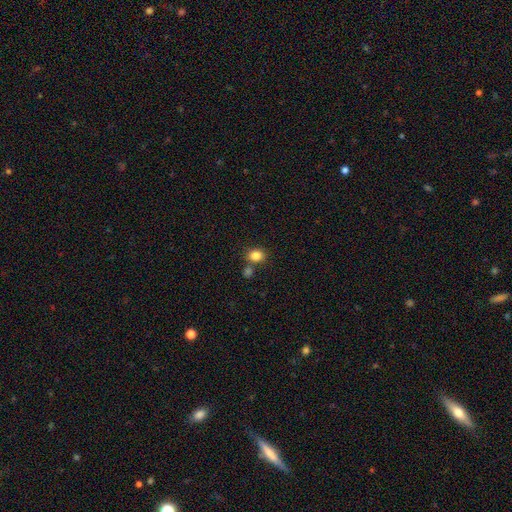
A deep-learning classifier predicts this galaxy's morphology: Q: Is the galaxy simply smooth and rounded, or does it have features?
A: smooth — 84%.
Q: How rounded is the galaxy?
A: round — 58%.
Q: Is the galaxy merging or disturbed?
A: none — 69%.